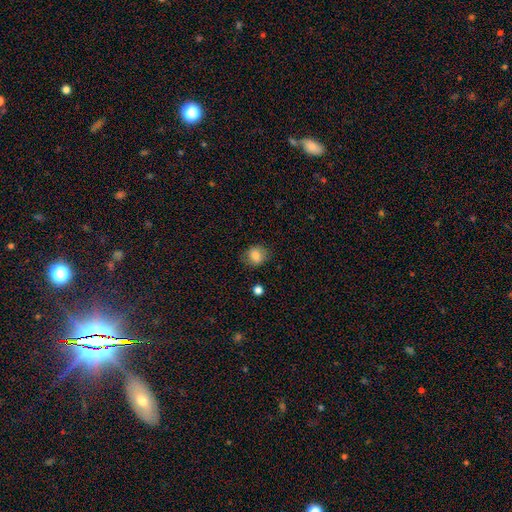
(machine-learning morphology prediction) Smooth or featured? smooth (81%)
How rounded? round (68%)
Merging? none (79%)